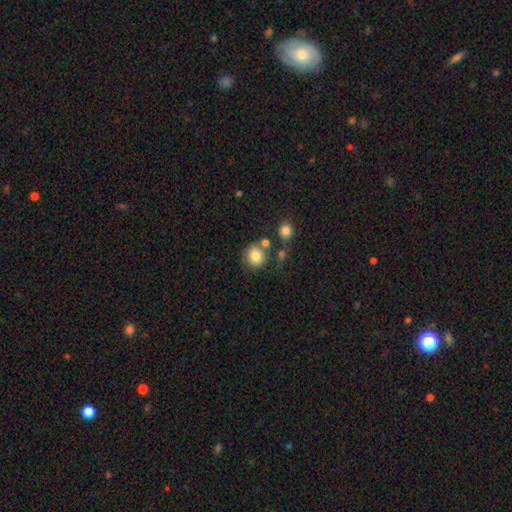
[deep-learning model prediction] This is clearly a smooth galaxy (81%). How rounded: clearly round (85%). Merging: likely none (69%).